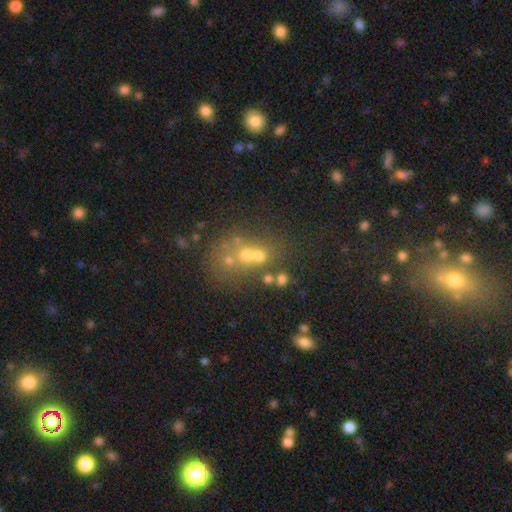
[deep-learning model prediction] smooth 44%, featured or disk 30%, star or artifact 26%. Down the decision tree: merging — merger (49%).